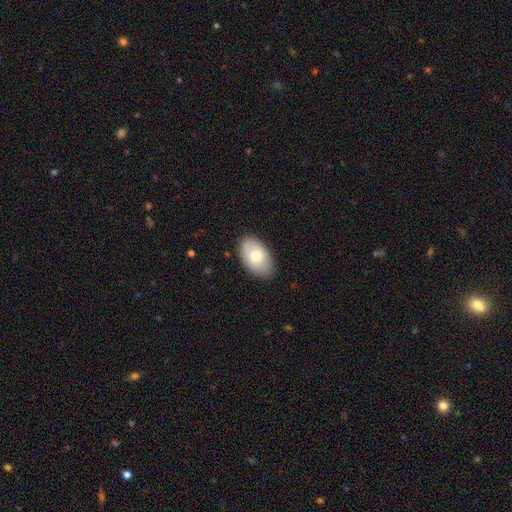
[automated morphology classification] Overall: smooth (71%). How rounded: in between (92%). Merging: none (81%).